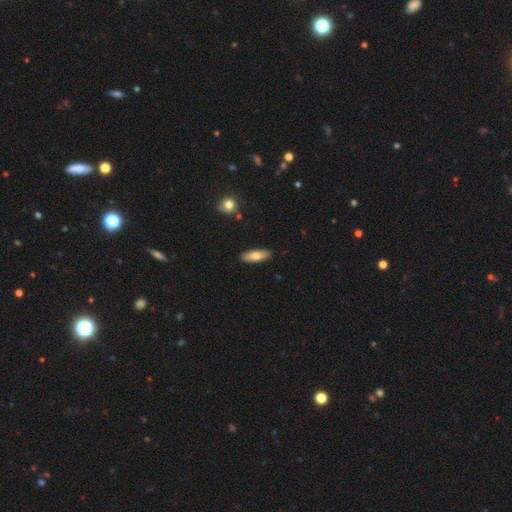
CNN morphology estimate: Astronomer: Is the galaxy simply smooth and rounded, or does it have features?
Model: smooth — 73%.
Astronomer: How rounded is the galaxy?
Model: in between — 61% (runner-up: cigar-shaped, 36%).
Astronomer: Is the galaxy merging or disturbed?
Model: none — 89%.